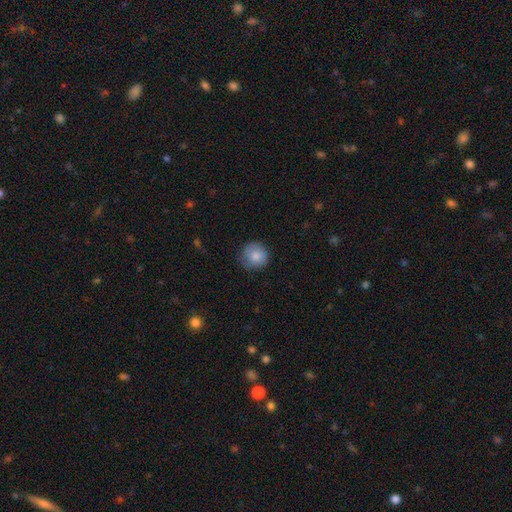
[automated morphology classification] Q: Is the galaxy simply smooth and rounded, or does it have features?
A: smooth — 84%.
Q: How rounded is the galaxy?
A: round — 91%.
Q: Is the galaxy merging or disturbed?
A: none — 79%.